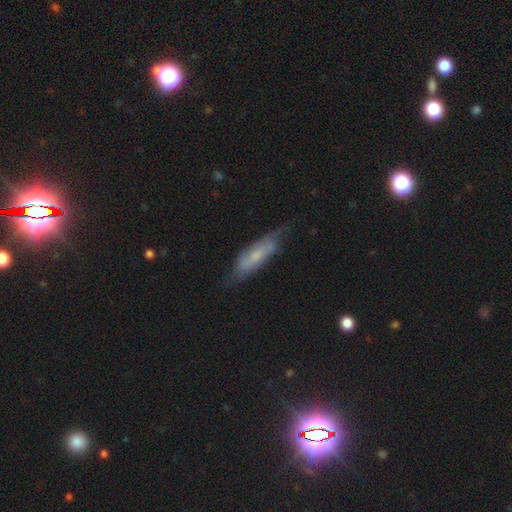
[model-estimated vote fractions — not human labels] Smooth or featured? featured or disk (47%)
Merging? none (63%)